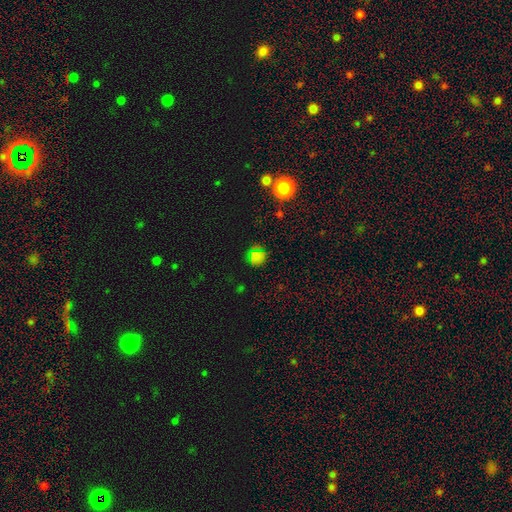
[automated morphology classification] A smooth galaxy with no disk features (55%) that is round (87%). Merging: none (79%).